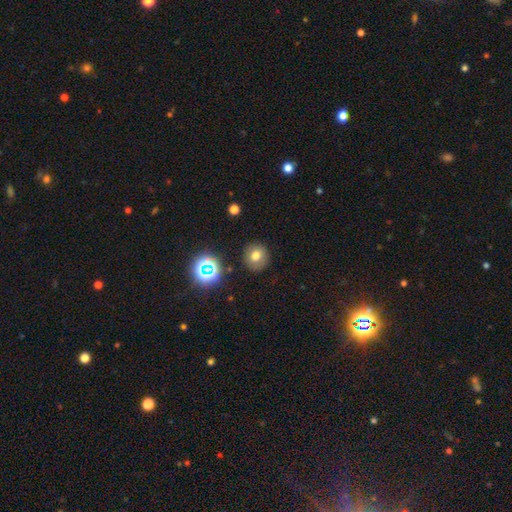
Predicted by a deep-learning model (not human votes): A smooth galaxy with no disk features (73%) that is round (86%). Merging: none (87%).